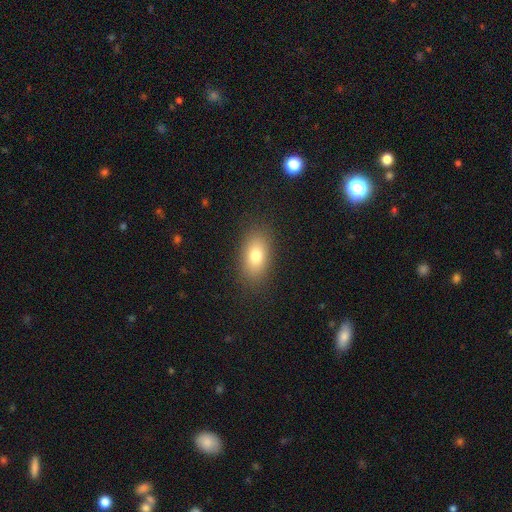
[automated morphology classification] smooth_or_featured: smooth (p=0.78) [alt: featured or disk p=0.13]
how_rounded: in between (p=0.88) [alt: round p=0.08]
merging: none (p=0.86) [alt: minor disturbance p=0.09]